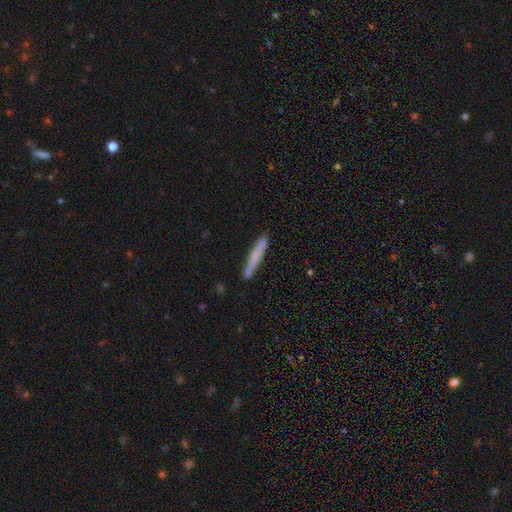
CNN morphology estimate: The model was most divided on "smooth or featured": smooth: 65%, featured or disk: 28%, star or artifact: 7%. More confident: how rounded — cigar-shaped (96%); merging — none (85%).